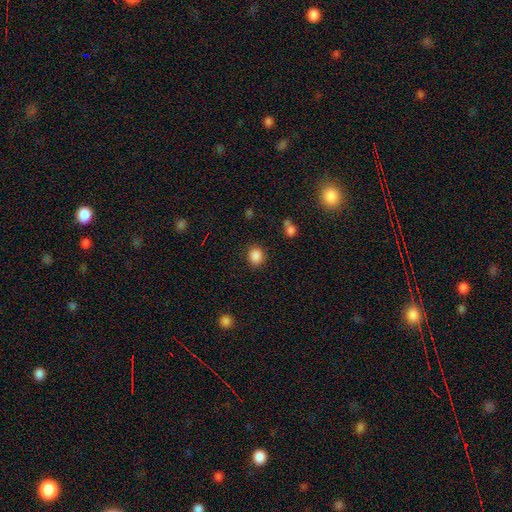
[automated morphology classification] Smooth or featured: smooth — 86% (star or artifact — 10%)
How rounded: round — 59% (in between — 40%)
Merging: none — 85% (minor disturbance — 10%)